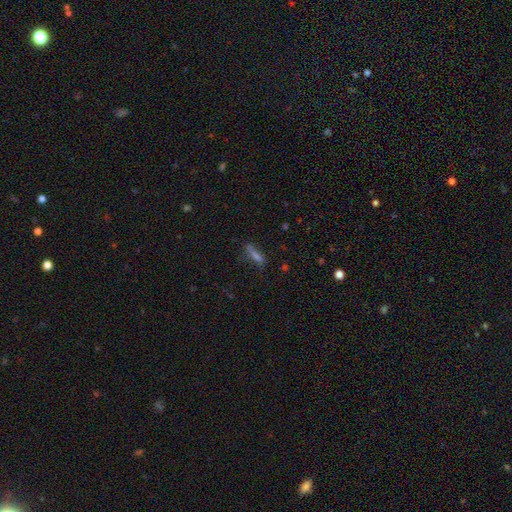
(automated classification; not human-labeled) This is possibly a smooth galaxy (48%). Merging: likely none (67%).